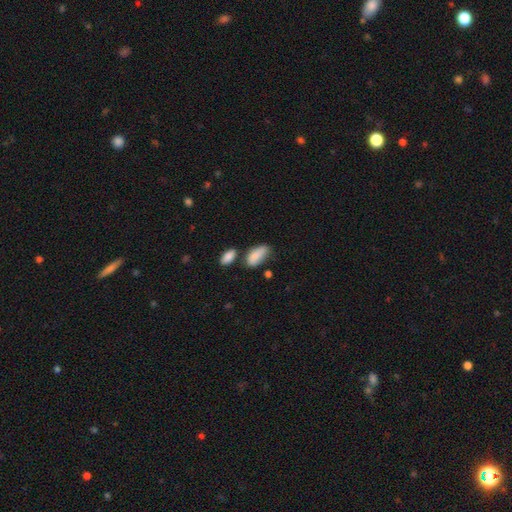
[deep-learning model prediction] A smooth galaxy with no disk features (87%) that is in between round and cigar-shaped (90%). Merging: none (53%).